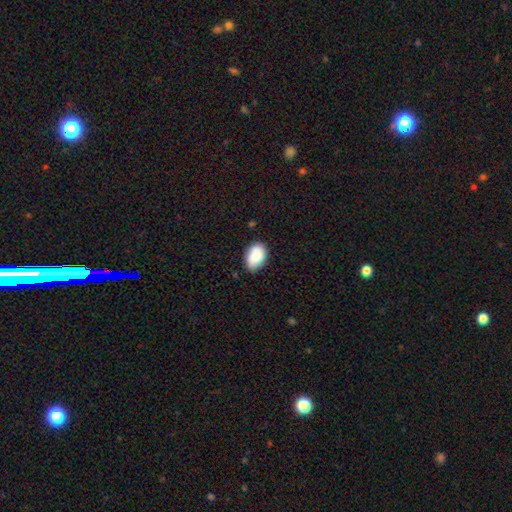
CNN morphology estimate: Q: Smooth or featured?
A: smooth (87%); runner-up: star or artifact (7%)
Q: How rounded?
A: in between (86%); runner-up: round (13%)
Q: Merging?
A: none (78%); runner-up: minor disturbance (17%)